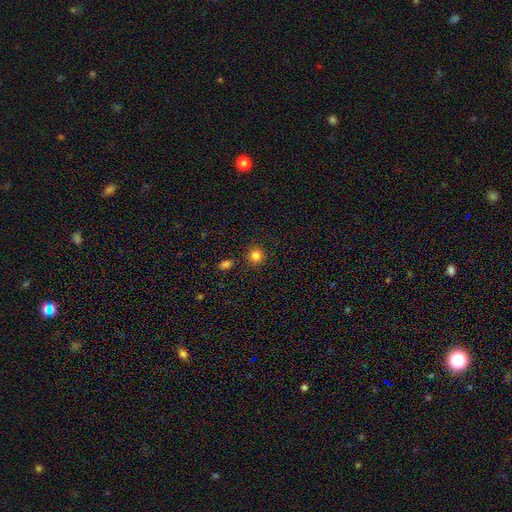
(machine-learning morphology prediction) This appears to be a smooth galaxy with no disk features (83%) that is round (92%). Merging: none (89%).